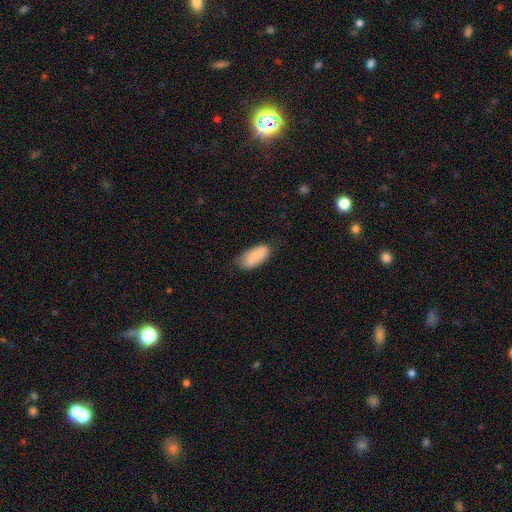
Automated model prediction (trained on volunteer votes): smooth-or-featured: smooth: 80% | featured or disk: 14% | star or artifact: 6%
  how-rounded: in between: 88% | cigar-shaped: 10% | round: 2%
  merging: none: 70% | minor disturbance: 24% | major disturbance: 4% | merger: 2%